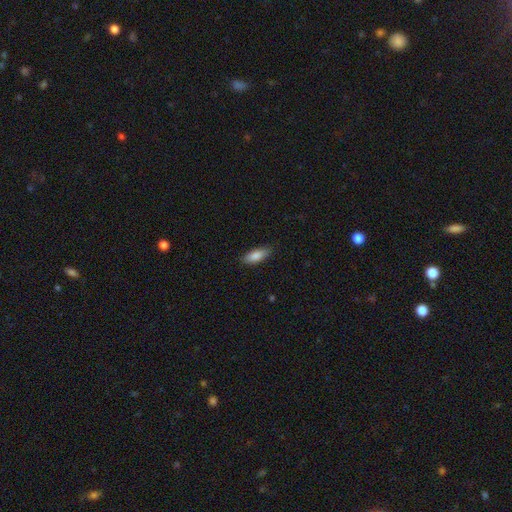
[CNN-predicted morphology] type=smooth (84%); roundness=in between (71%); merging=none (85%).